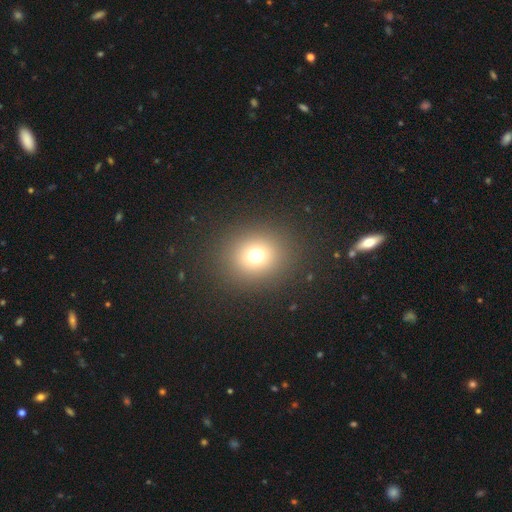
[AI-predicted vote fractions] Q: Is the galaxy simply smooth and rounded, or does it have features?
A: smooth — 70%.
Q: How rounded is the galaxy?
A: round — 80%.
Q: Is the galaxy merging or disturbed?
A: none — 88%.